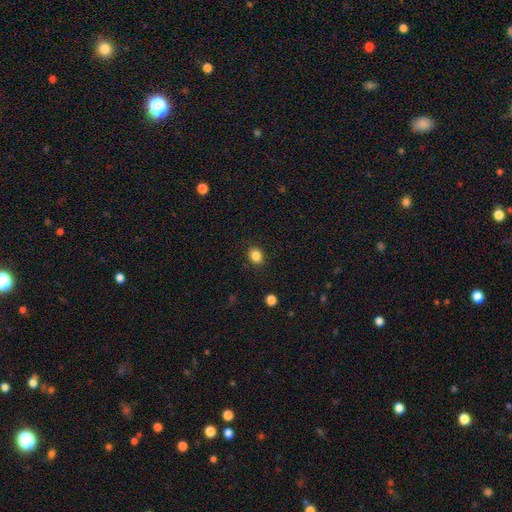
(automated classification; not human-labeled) Smooth or featured? smooth (86%)
How rounded? round (53%)
Merging? none (88%)